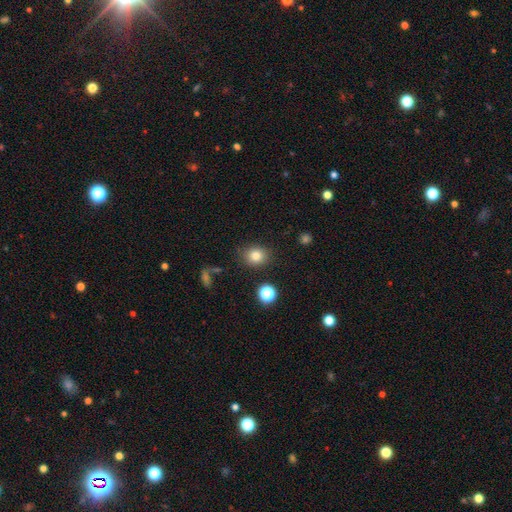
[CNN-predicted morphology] Smooth or featured?
  - smooth: 81% *
  - star or artifact: 12%
  - featured or disk: 7%
How rounded?
  - round: 69% *
  - in between: 30%
  - cigar-shaped: 1%
Merging?
  - none: 85% *
  - minor disturbance: 9%
  - major disturbance: 3%
  - merger: 3%